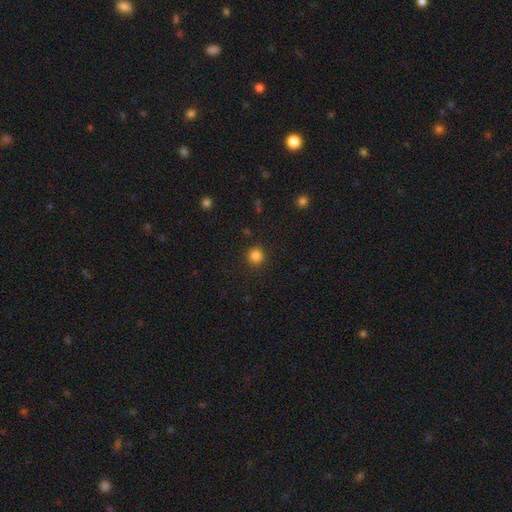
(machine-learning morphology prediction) This is clearly a smooth galaxy (84%). How rounded: clearly round (94%). Merging: clearly none (91%).